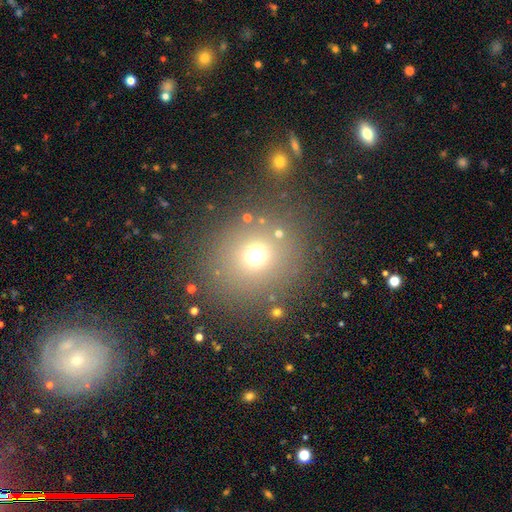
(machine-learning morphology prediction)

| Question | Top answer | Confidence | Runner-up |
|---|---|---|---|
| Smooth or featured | smooth | 65% | star or artifact (26%) |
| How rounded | round | 85% | in between (14%) |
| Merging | none | 82% | minor disturbance (8%) |